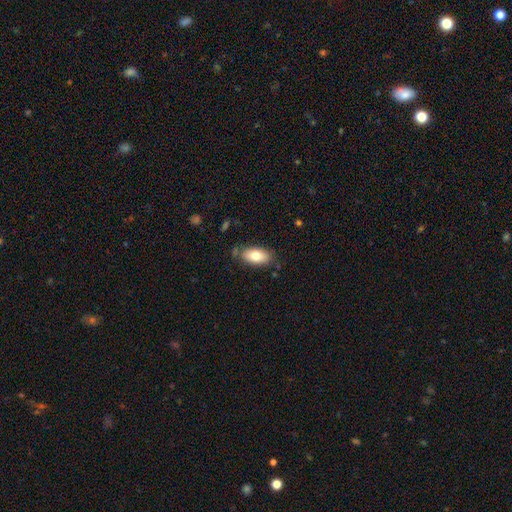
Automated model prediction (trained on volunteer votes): smooth-or-featured: smooth: 77% | featured or disk: 16% | star or artifact: 7%
  how-rounded: in between: 91% | cigar-shaped: 5% | round: 4%
  merging: none: 78% | minor disturbance: 16% | major disturbance: 3% | merger: 3%